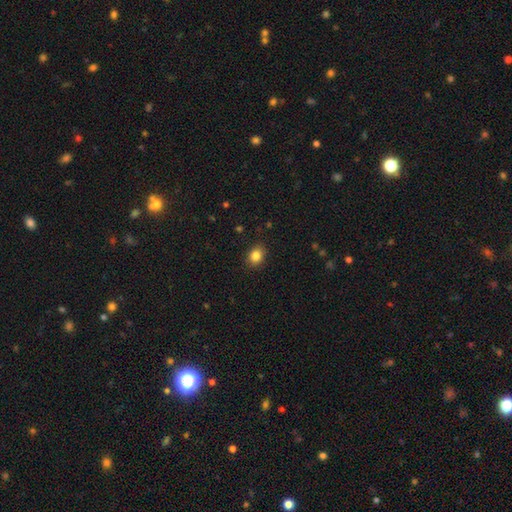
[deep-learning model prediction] Q: Smooth or featured?
A: smooth (85%); runner-up: star or artifact (11%)
Q: How rounded?
A: round (55%); runner-up: in between (44%)
Q: Merging?
A: none (87%); runner-up: minor disturbance (10%)